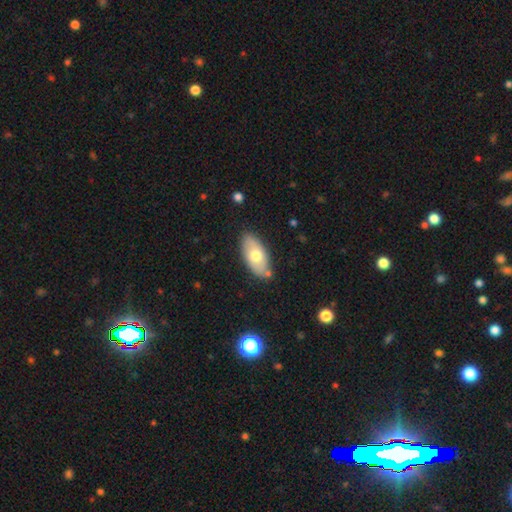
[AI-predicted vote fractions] A smooth galaxy with no disk features (65%) that is in between round and cigar-shaped (91%).

Vote fractions:
- Smooth or featured? smooth: 65% / featured or disk: 29% / star or artifact: 6%
- How rounded? in between: 91% / cigar-shaped: 6% / round: 3%
- Merging? none: 80% / minor disturbance: 13% / merger: 4% / major disturbance: 3%